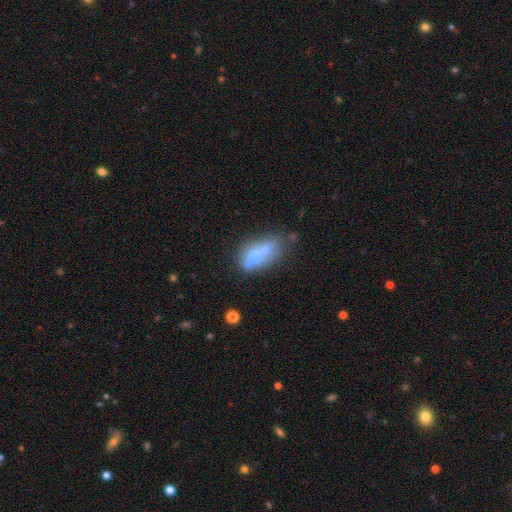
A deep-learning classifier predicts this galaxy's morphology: This is possibly a smooth galaxy (51%). How rounded: likely in between (80%). Merging: marginally merger (32%, tied with none).